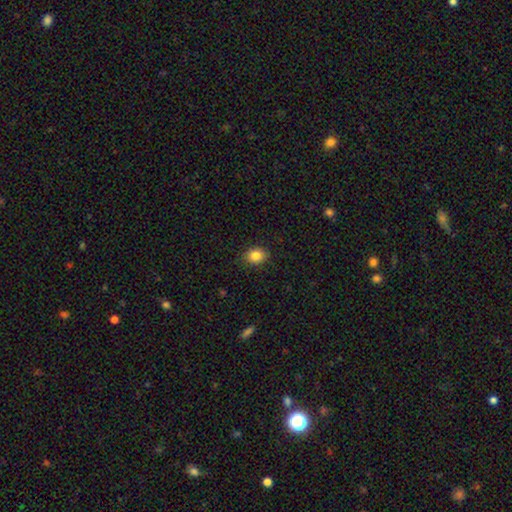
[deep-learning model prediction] A smooth galaxy with no disk features (84%) that is in between round and cigar-shaped (52%). Merging: none (88%).